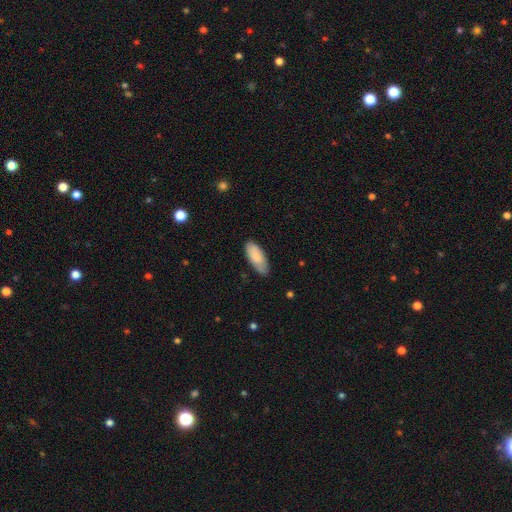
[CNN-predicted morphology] Q: Smooth or featured?
A: smooth (84%); runner-up: featured or disk (10%)
Q: How rounded?
A: in between (81%); runner-up: cigar-shaped (17%)
Q: Merging?
A: none (79%); runner-up: minor disturbance (17%)